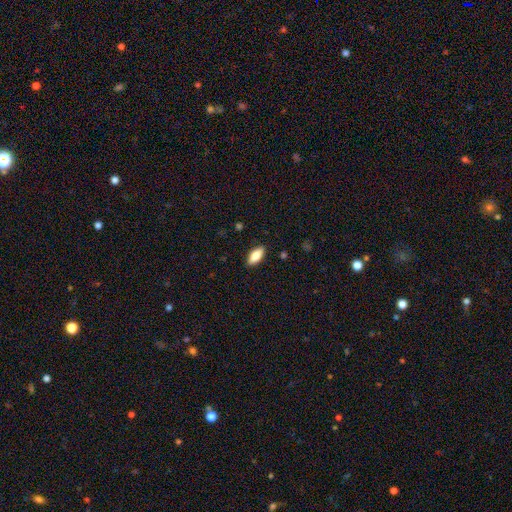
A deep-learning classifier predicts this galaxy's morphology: smooth 80%, featured or disk 14%, star or artifact 7%. Down the decision tree: how rounded — in between (84%); merging — none (89%).